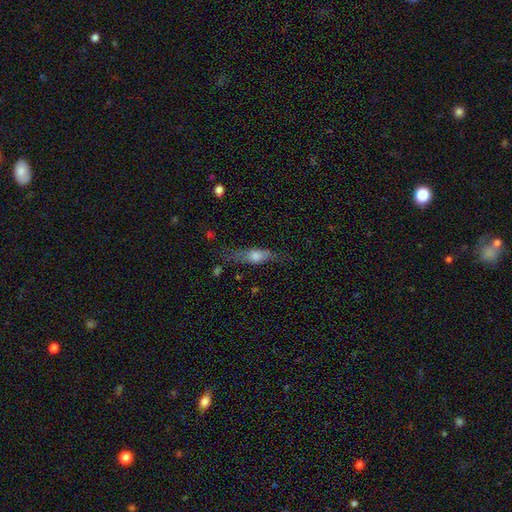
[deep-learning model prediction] This is possibly a smooth galaxy (51%). How rounded: possibly cigar-shaped (55%). Merging: likely none (64%).